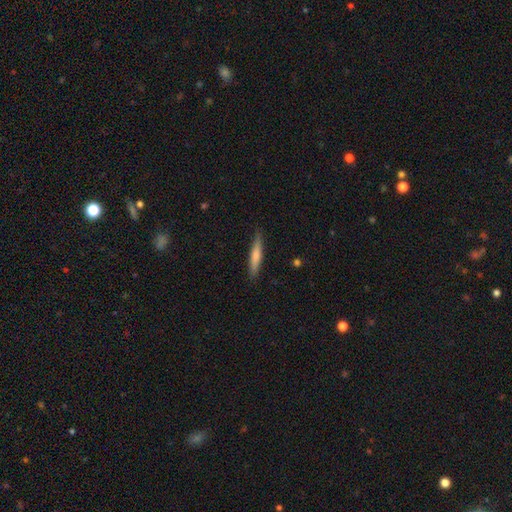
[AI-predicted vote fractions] smooth_or_featured: smooth (p=0.69) [alt: featured or disk p=0.25]
how_rounded: cigar-shaped (p=0.91) [alt: in between p=0.08]
merging: none (p=0.87) [alt: minor disturbance p=0.10]